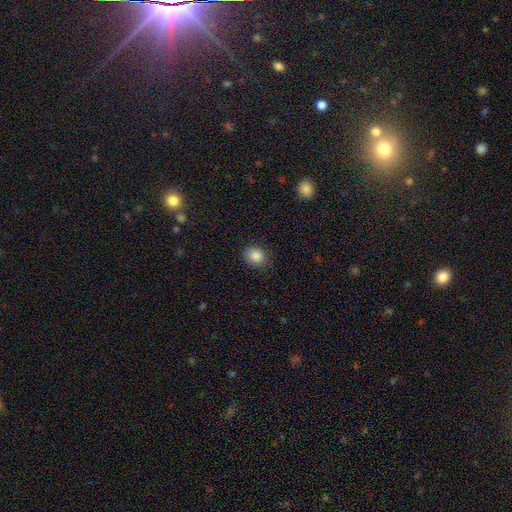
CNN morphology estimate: smooth_or_featured: smooth (p=0.86) [alt: star or artifact p=0.10]
how_rounded: round (p=0.67) [alt: in between p=0.32]
merging: none (p=0.83) [alt: minor disturbance p=0.12]